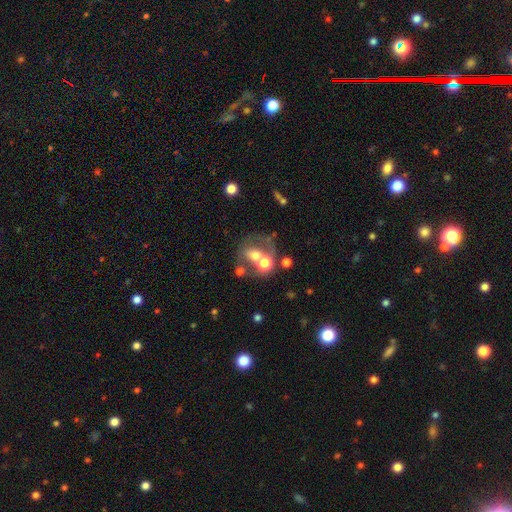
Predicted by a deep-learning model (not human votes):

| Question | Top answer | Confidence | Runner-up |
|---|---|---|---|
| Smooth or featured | smooth | 52% | featured or disk (34%) |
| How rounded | round | 65% | in between (34%) |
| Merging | merger | 47% | none (32%) |